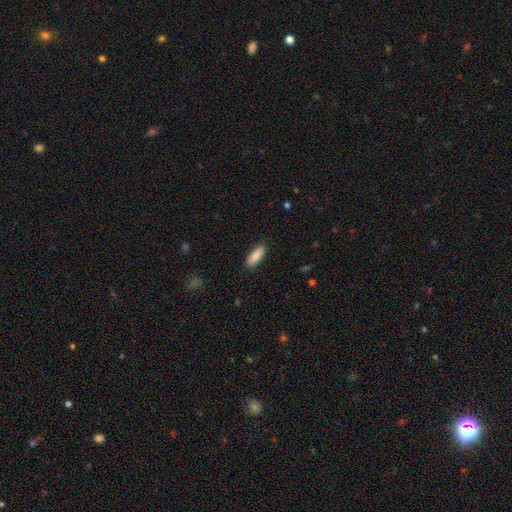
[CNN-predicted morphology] A smooth galaxy with no disk features (84%) that is in between round and cigar-shaped (65%). Merging: none (89%).